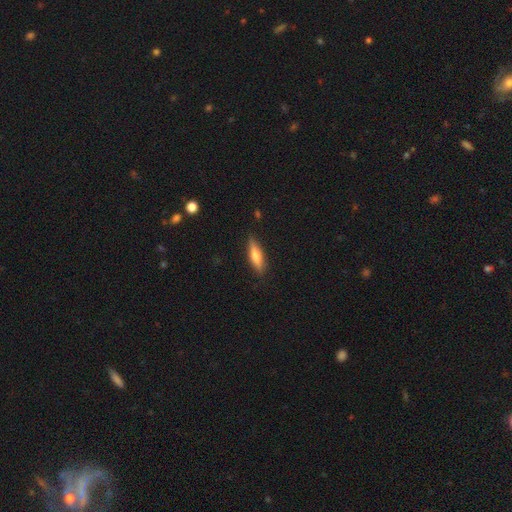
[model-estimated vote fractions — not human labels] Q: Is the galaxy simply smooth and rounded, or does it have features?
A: smooth — 58%.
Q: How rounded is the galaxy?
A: cigar-shaped — 68%.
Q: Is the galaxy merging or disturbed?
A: none — 86%.